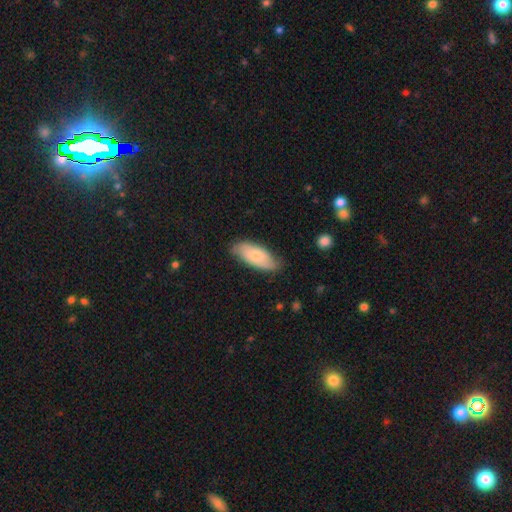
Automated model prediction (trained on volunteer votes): Morphology: type=smooth (64%); roundness=in between (83%); merging=none (73%).